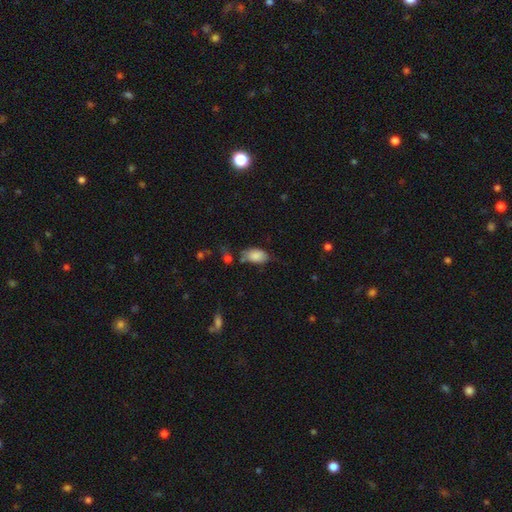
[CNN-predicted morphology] Overall: smooth (84%). How rounded: in between (92%). Merging: none (49%; minor disturbance 31%).